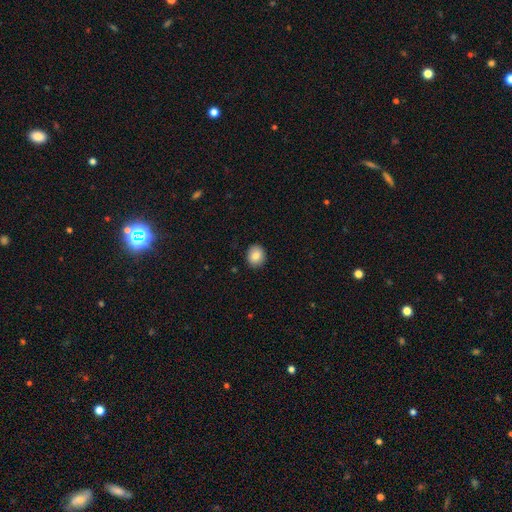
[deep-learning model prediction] Smooth or featured: smooth — 83% (star or artifact — 9%)
How rounded: round — 74% (in between — 25%)
Merging: none — 90% (minor disturbance — 7%)